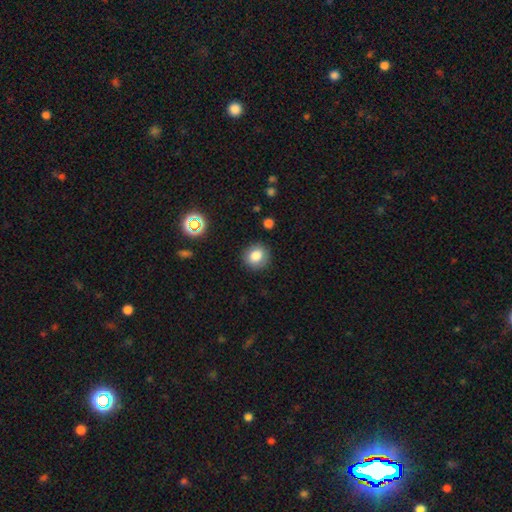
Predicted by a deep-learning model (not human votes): Smooth or featured? Predicted: smooth (p=0.81). How rounded? Predicted: round (p=0.85). Merging? Predicted: none (p=0.87).